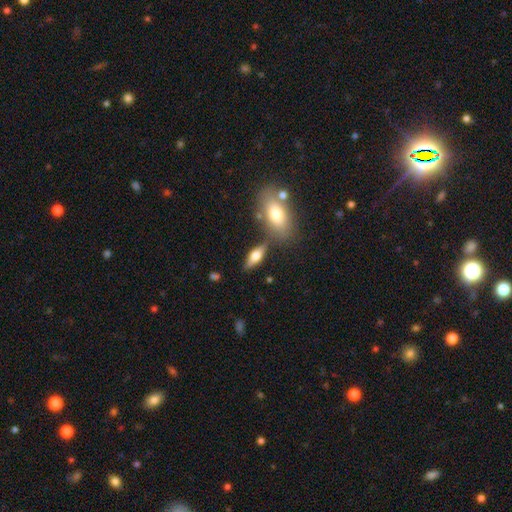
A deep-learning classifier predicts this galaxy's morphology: Smooth or featured? smooth (52%)
How rounded? in between (67%)
Merging? none (72%)